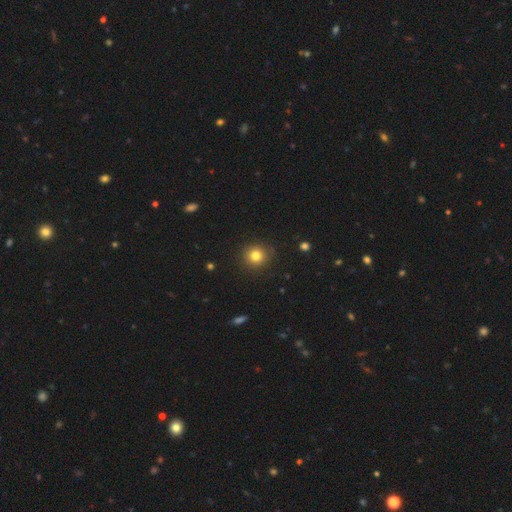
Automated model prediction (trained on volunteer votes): smooth_or_featured: smooth (p=0.81) [alt: star or artifact p=0.13]
how_rounded: round (p=0.91) [alt: in between p=0.08]
merging: none (p=0.88) [alt: minor disturbance p=0.08]